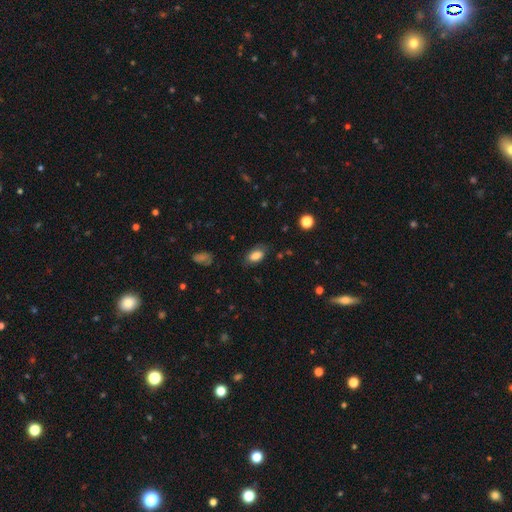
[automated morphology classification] Q: Smooth or featured?
A: smooth (81%); runner-up: featured or disk (10%)
Q: How rounded?
A: in between (90%); runner-up: round (6%)
Q: Merging?
A: none (75%); runner-up: minor disturbance (18%)